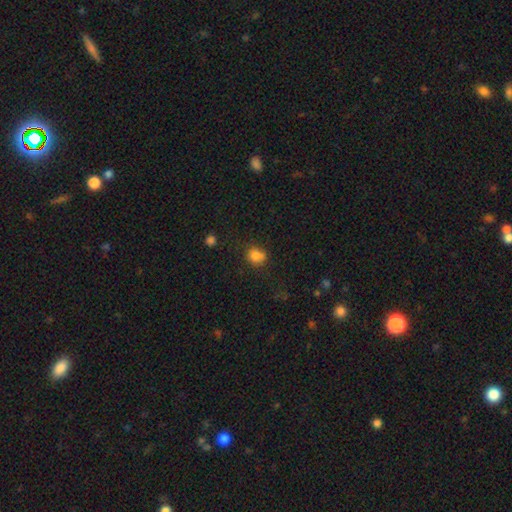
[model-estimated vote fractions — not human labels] A smooth galaxy with no disk features (82%) that is round (71%).

Vote fractions:
- Smooth or featured? smooth: 82% / star or artifact: 12% / featured or disk: 6%
- How rounded? round: 71% / in between: 28% / cigar-shaped: 1%
- Merging? none: 63% / minor disturbance: 21% / merger: 9% / major disturbance: 6%